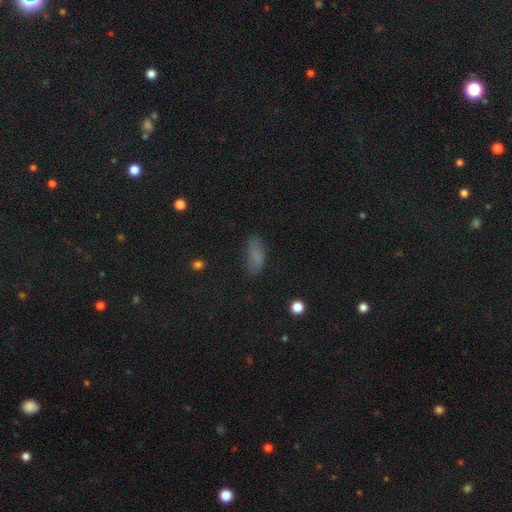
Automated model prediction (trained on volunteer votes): Smooth or featured: smooth — 74% (star or artifact — 15%)
How rounded: in between — 77% (cigar-shaped — 20%)
Merging: none — 69% (minor disturbance — 21%)